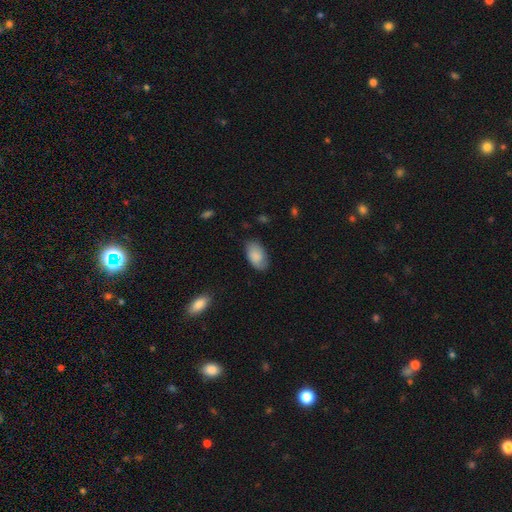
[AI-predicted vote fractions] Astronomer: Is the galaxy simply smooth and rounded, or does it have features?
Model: smooth — 83%.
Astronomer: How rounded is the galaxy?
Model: in between — 94%.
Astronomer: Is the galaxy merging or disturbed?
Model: none — 78%.